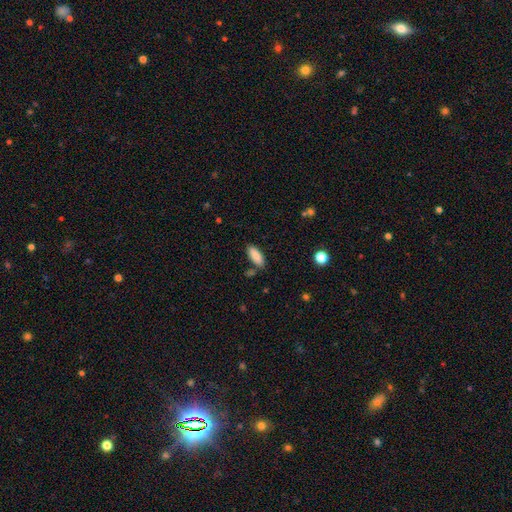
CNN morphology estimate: A smooth galaxy with no disk features (86%) that is in between round and cigar-shaped (83%).

Vote fractions:
- Smooth or featured? smooth: 86% / featured or disk: 7% / star or artifact: 7%
- How rounded? in between: 83% / cigar-shaped: 15% / round: 2%
- Merging? none: 80% / minor disturbance: 12% / merger: 5% / major disturbance: 3%